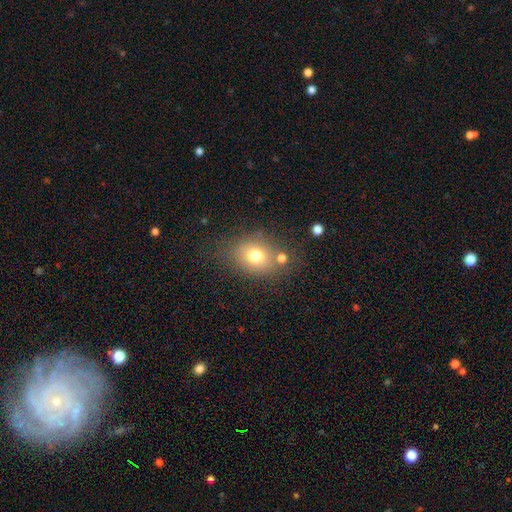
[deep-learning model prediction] Overall: smooth (73%). How rounded: in between (56%; round 43%). Merging: none (65%).